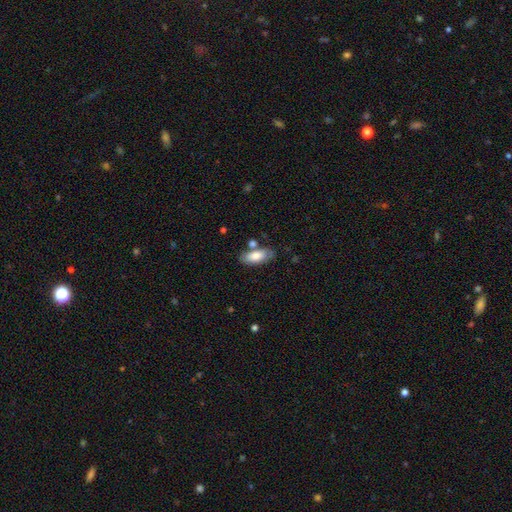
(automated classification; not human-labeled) Smooth or featured: smooth — 78% (featured or disk — 16%)
How rounded: in between — 85% (cigar-shaped — 13%)
Merging: none — 69% (minor disturbance — 16%)